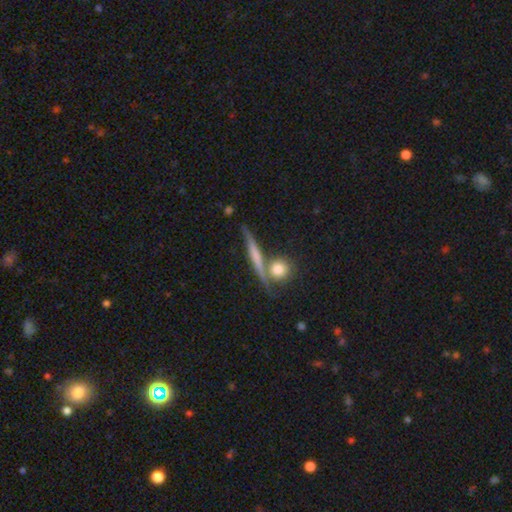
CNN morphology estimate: Smooth or featured? Predicted: featured or disk (p=0.47). Merging? Predicted: none (p=0.69).